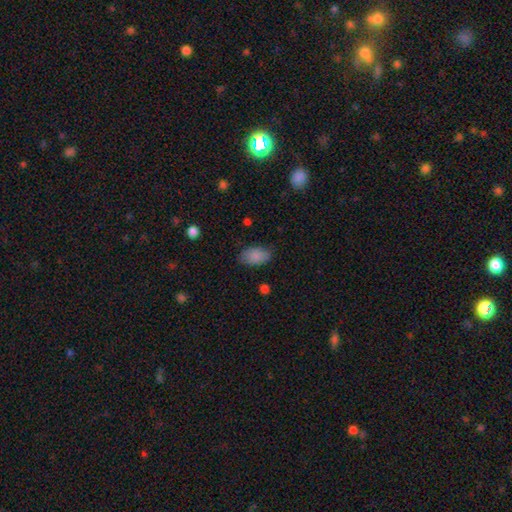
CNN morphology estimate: Smooth or featured? Predicted: smooth (p=0.87). How rounded? Predicted: in between (p=0.92). Merging? Predicted: none (p=0.81).